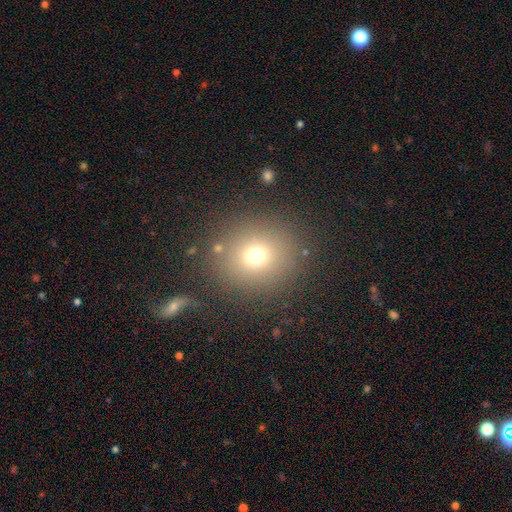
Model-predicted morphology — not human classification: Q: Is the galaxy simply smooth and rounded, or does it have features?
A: smooth — 71%.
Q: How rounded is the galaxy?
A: round — 87%.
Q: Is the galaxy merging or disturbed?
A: none — 84%.